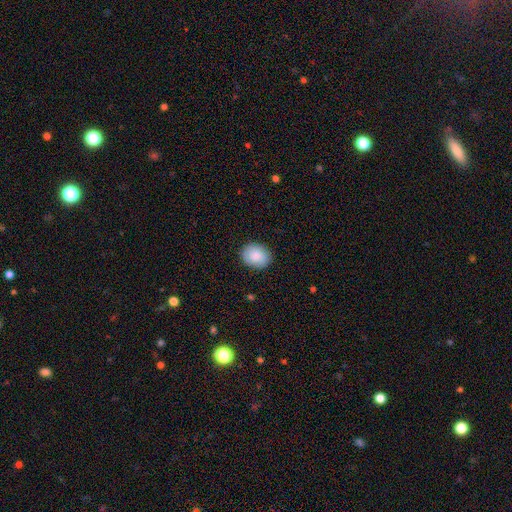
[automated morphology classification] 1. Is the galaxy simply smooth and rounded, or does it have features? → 88% smooth, 6% star or artifact, 5% featured or disk.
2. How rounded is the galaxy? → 51% round, 48% in between, 1% cigar-shaped.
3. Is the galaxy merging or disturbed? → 88% none, 9% minor disturbance, 2% major disturbance, 1% merger.